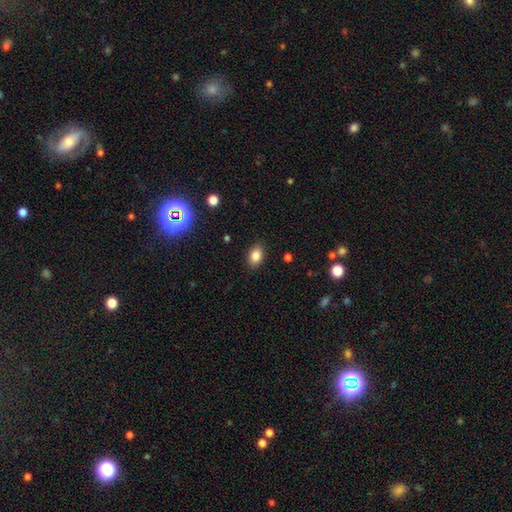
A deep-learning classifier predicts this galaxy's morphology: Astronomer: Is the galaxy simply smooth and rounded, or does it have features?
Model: smooth — 84%.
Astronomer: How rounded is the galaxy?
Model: in between — 81%.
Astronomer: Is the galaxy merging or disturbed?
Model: none — 88%.